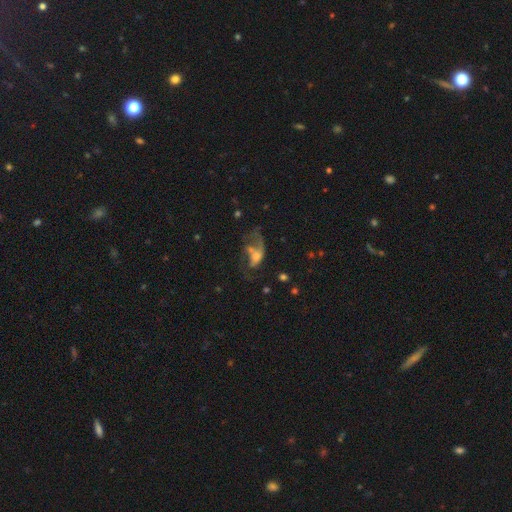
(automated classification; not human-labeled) A featured or disk galaxy (54%) with no bar (76%), no spiral arms (53%) and a moderate central bulge (34%).

Vote fractions:
- Smooth or featured? featured or disk: 54% / smooth: 31% / star or artifact: 15%
- Edge-on disk? no: 95% / yes: 5%
- Bar? no: 76% / weak: 20% / strong: 5%
- Spiral arms? no: 53% / yes: 47%
- Bulge size? moderate: 34% / small: 27% / none: 24% / large: 12% / dominant: 3%
- Merging? major disturbance: 49% / none: 21% / merger: 16% / minor disturbance: 14%